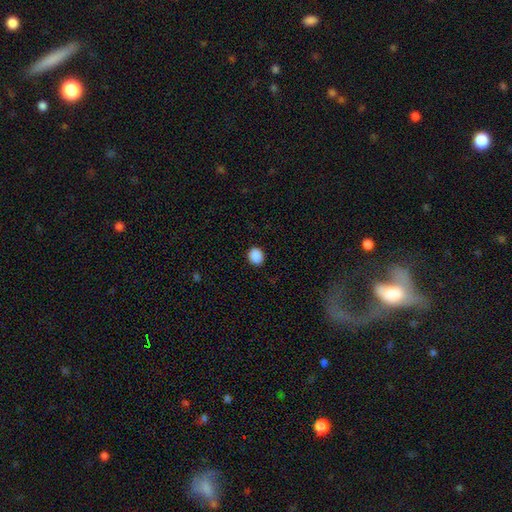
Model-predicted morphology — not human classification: Smooth or featured: smooth — 89% (star or artifact — 9%)
How rounded: round — 75% (in between — 24%)
Merging: none — 91% (minor disturbance — 6%)